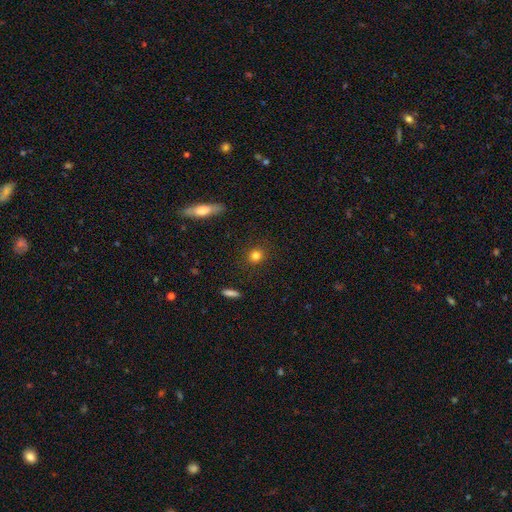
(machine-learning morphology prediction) Smooth or featured?
  - smooth: 83% *
  - star or artifact: 11%
  - featured or disk: 7%
How rounded?
  - round: 87% *
  - in between: 11%
  - cigar-shaped: 2%
Merging?
  - none: 89% *
  - minor disturbance: 7%
  - major disturbance: 2%
  - merger: 1%